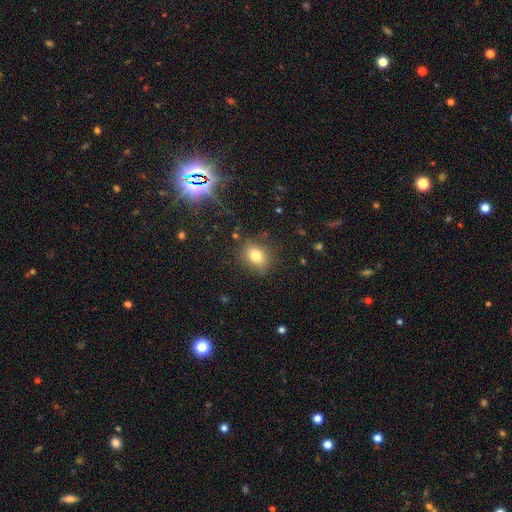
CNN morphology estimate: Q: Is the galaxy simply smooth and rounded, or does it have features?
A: smooth — 77%.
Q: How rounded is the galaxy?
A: round — 51%.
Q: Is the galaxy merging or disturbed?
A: none — 82%.